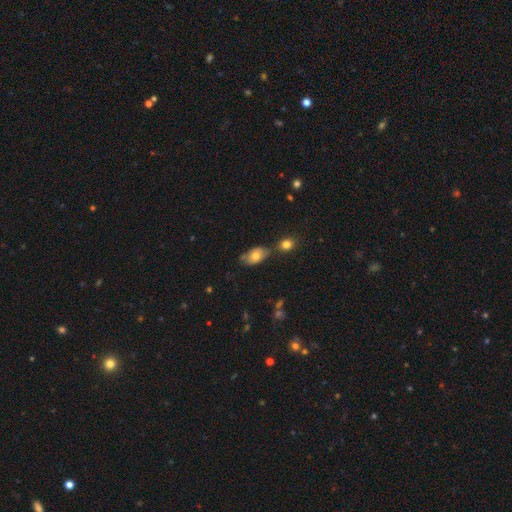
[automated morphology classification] Smooth or featured: smooth — 70% (featured or disk — 21%)
How rounded: in between — 89% (round — 8%)
Merging: none — 52% (minor disturbance — 22%)